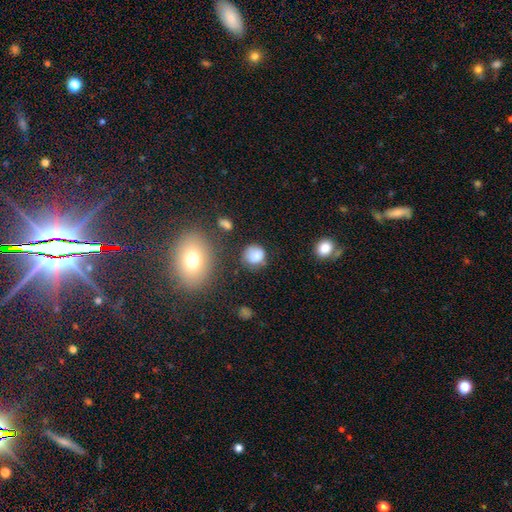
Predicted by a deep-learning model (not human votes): smooth 81%, star or artifact 11%, featured or disk 8%. Down the decision tree: how rounded — round (82%); merging — none (68%).